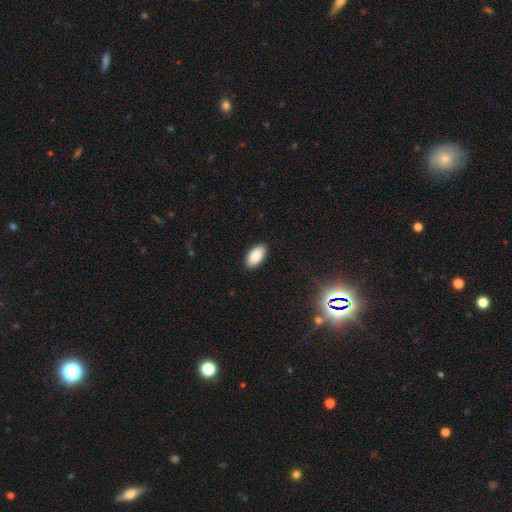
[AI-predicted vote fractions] A smooth galaxy with no disk features (89%) that is in between round and cigar-shaped (95%). Merging: none (89%).